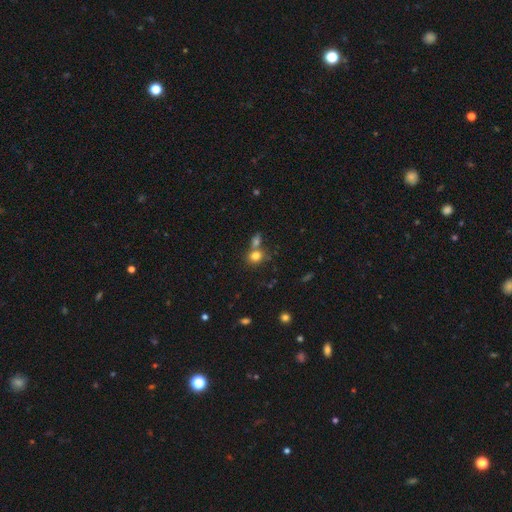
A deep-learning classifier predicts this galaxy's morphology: A smooth galaxy with no disk features (78%) that is round (69%).

Vote fractions:
- Smooth or featured? smooth: 78% / star or artifact: 12% / featured or disk: 9%
- How rounded? round: 69% / in between: 29% / cigar-shaped: 1%
- Merging? none: 48% / merger: 38% / minor disturbance: 10% / major disturbance: 4%